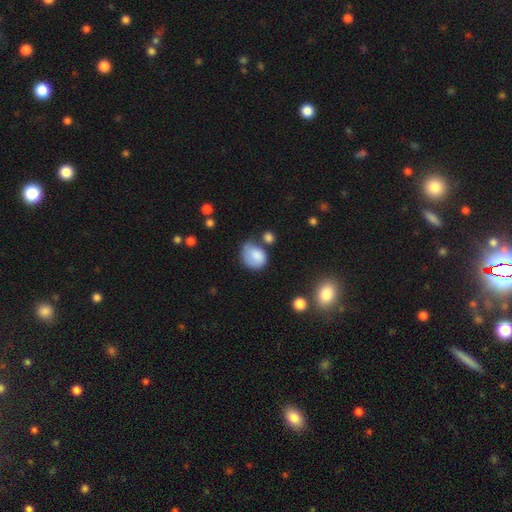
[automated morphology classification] This appears to be a smooth galaxy with no disk features (80%) that is round (50%). Merging: none (40%).